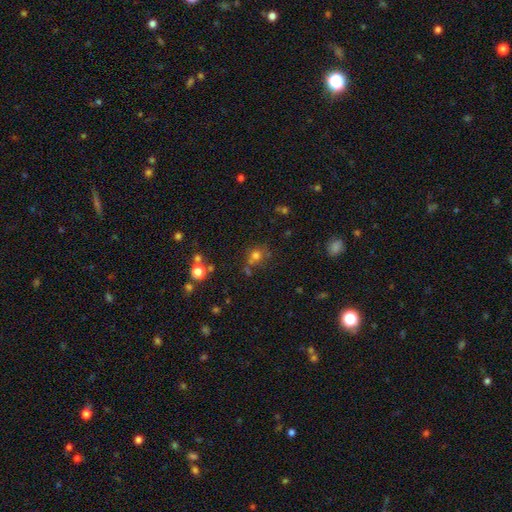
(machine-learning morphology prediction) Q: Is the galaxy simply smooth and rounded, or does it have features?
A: smooth — 68%.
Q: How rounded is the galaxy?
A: round — 79%.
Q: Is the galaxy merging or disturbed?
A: none — 57%.